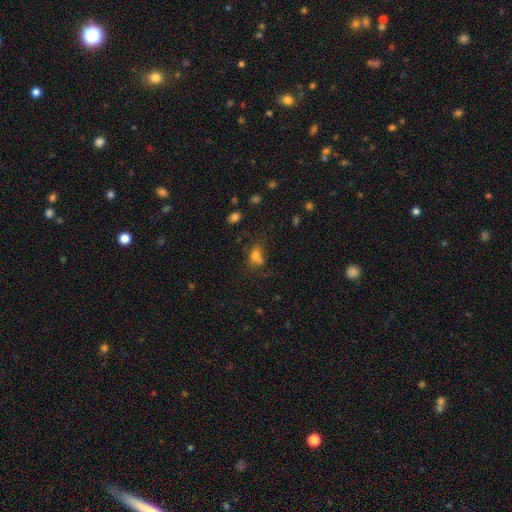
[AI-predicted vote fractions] A smooth galaxy with no disk features (69%) that is in between round and cigar-shaped (65%).

Vote fractions:
- Smooth or featured? smooth: 69% / star or artifact: 16% / featured or disk: 14%
- How rounded? in between: 65% / round: 33% / cigar-shaped: 3%
- Merging? none: 39% / merger: 24% / minor disturbance: 20% / major disturbance: 17%